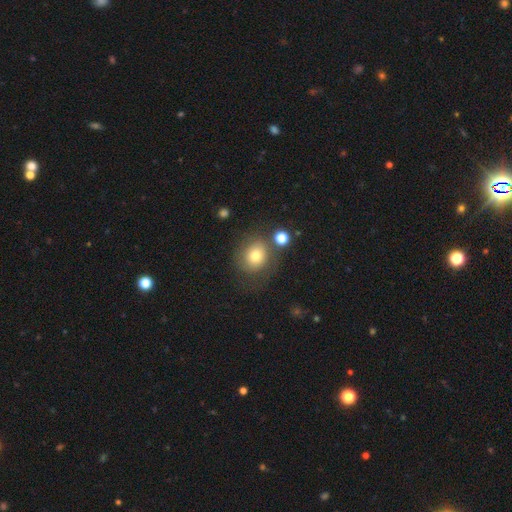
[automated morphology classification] smooth-or-featured: smooth: 74% | featured or disk: 15% | star or artifact: 11%
  how-rounded: round: 78% | in between: 21% | cigar-shaped: 1%
  merging: none: 64% | minor disturbance: 17% | major disturbance: 10% | merger: 9%